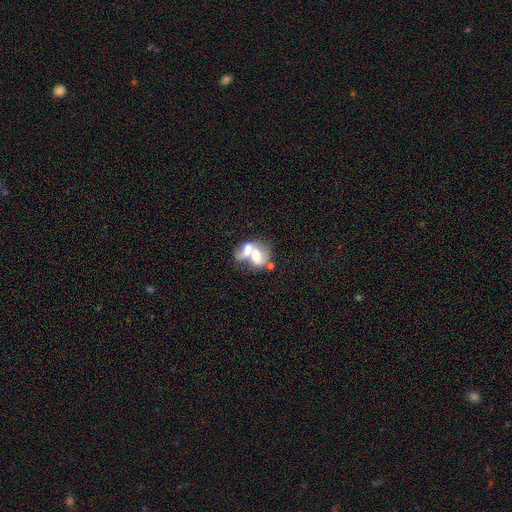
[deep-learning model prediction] Smooth or featured?
  - smooth: 50% *
  - featured or disk: 41%
  - star or artifact: 8%
How rounded?
  - in between: 69% *
  - round: 29%
  - cigar-shaped: 2%
Merging?
  - merger: 76% *
  - none: 10%
  - major disturbance: 8%
  - minor disturbance: 6%